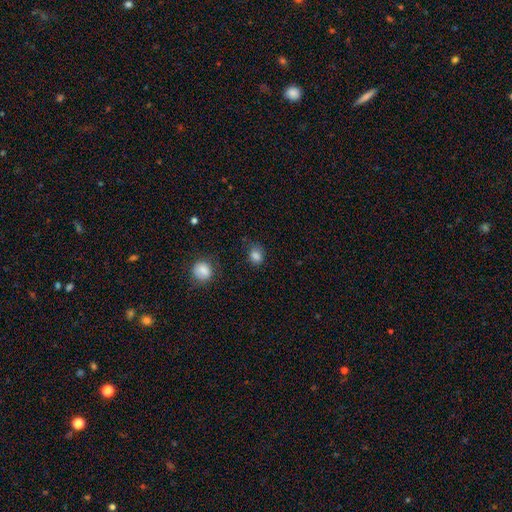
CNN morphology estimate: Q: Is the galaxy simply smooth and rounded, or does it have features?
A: smooth — 84%.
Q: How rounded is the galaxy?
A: round — 55%.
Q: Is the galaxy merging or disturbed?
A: none — 72%.